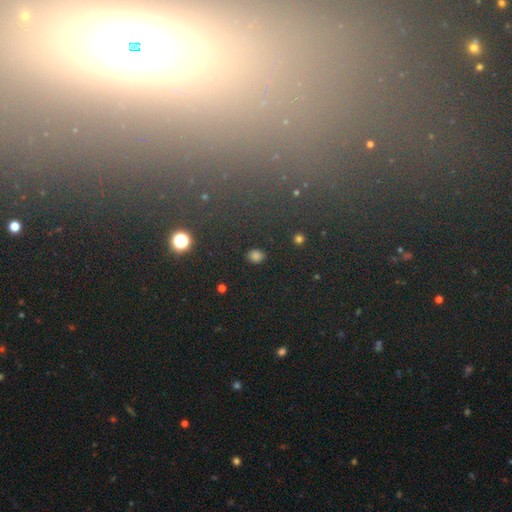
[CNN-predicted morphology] smooth_or_featured: smooth (p=0.76) [alt: star or artifact p=0.19]
how_rounded: round (p=0.54) [alt: in between p=0.44]
merging: none (p=0.89) [alt: minor disturbance p=0.07]